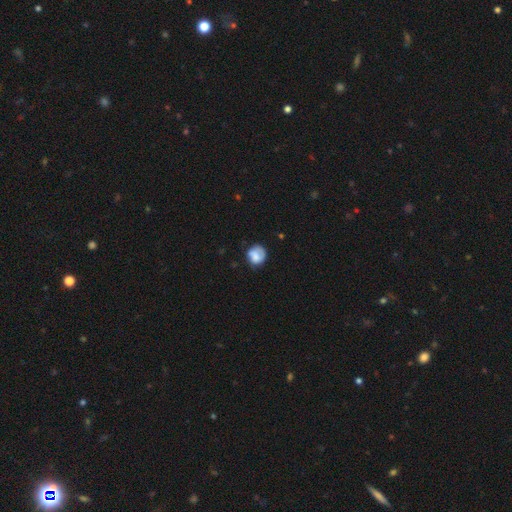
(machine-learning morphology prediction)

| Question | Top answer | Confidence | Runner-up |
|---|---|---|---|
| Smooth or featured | smooth | 68% | featured or disk (24%) |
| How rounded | round | 81% | in between (18%) |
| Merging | none | 61% | minor disturbance (26%) |